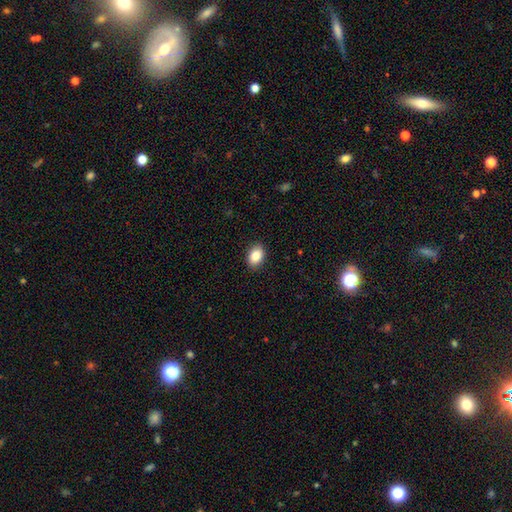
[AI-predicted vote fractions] This appears to be a smooth galaxy with no disk features (86%) that is in between round and cigar-shaped (80%). Merging: none (90%).